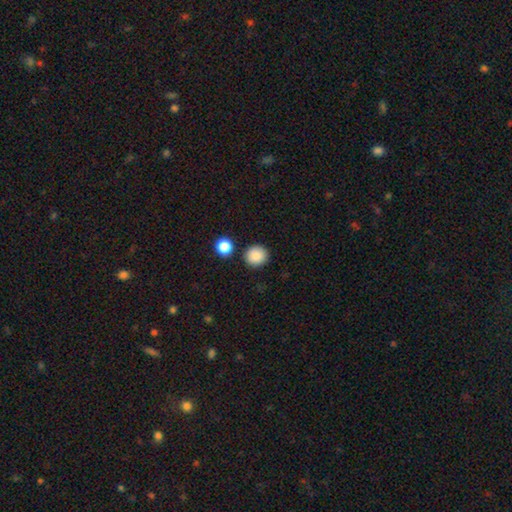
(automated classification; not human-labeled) The model was most divided on "smooth or featured": smooth: 88%, star or artifact: 9%, featured or disk: 3%. More confident: how rounded — round (90%); merging — none (88%).